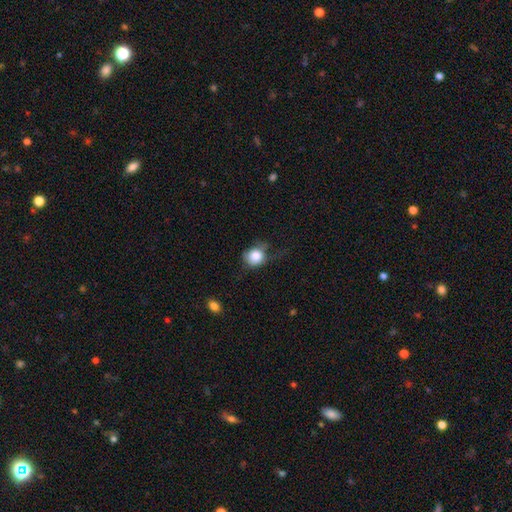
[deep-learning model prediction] This appears to be a smooth galaxy with no disk features (83%) that is round (77%). Merging: none (43%).